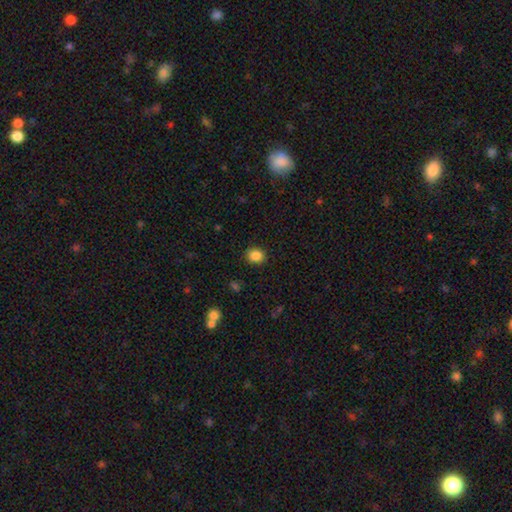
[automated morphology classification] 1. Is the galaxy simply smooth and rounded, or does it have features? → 86% smooth, 10% star or artifact, 4% featured or disk.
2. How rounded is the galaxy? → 62% round, 37% in between, 1% cigar-shaped.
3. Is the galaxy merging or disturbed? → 88% none, 9% minor disturbance, 2% major disturbance, 1% merger.